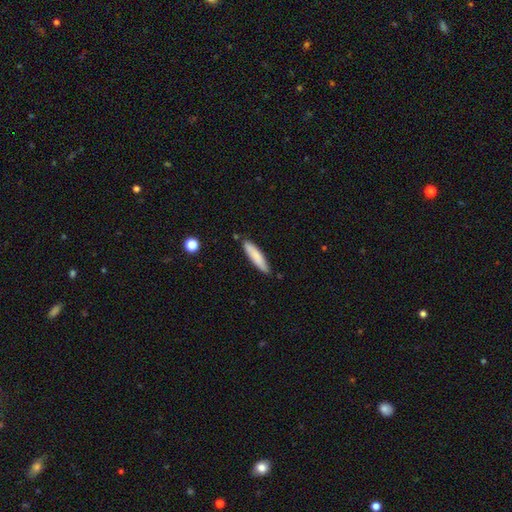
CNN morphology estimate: Smooth or featured? Predicted: smooth (p=0.80). How rounded? Predicted: cigar-shaped (p=0.81). Merging? Predicted: none (p=0.81).